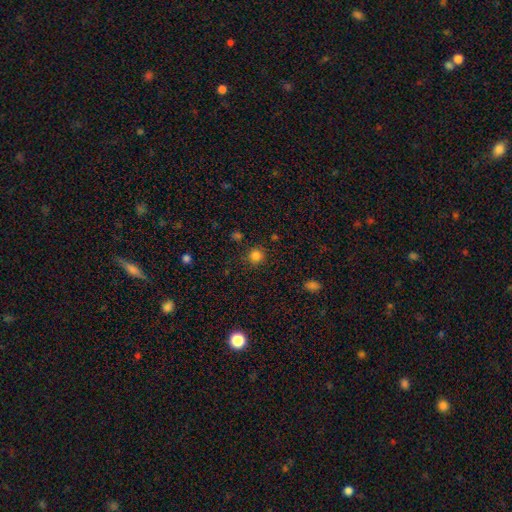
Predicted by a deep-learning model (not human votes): Smooth or featured: smooth — 82% (star or artifact — 14%)
How rounded: round — 92% (in between — 7%)
Merging: none — 87% (minor disturbance — 8%)